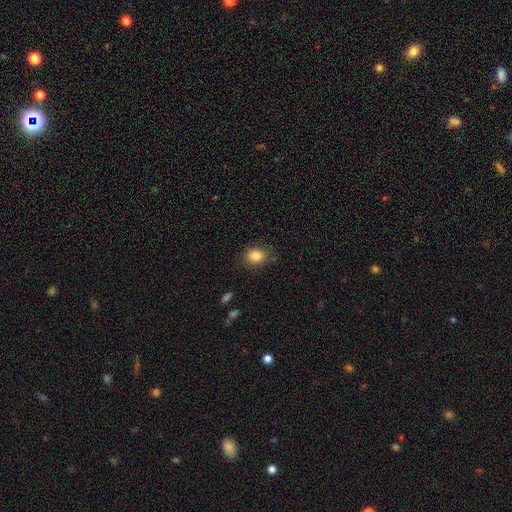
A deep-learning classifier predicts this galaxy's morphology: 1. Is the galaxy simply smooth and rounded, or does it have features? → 84% smooth, 10% star or artifact, 6% featured or disk.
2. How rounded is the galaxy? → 56% in between, 43% round, 1% cigar-shaped.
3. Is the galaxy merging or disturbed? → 81% none, 14% minor disturbance, 4% major disturbance, 1% merger.